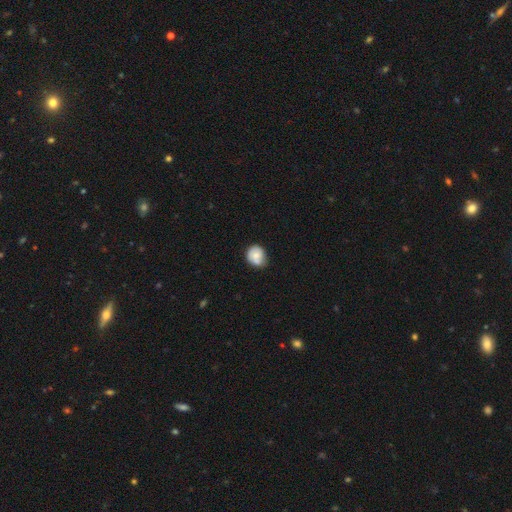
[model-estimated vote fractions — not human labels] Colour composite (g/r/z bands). It shows a smooth galaxy with no disk features (70%) that is round (74%). Merging: none (58%).